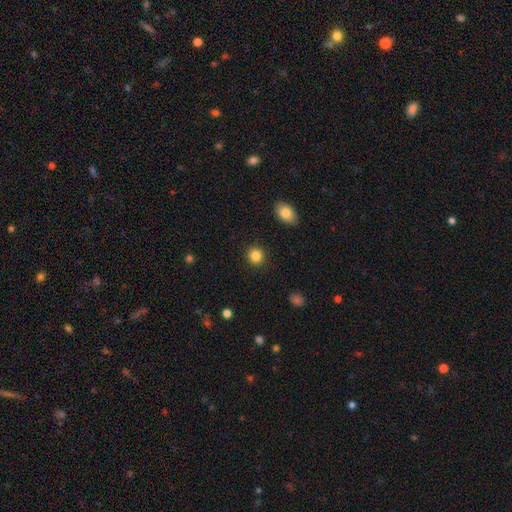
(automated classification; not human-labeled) Overall: smooth (86%). How rounded: round (85%). Merging: none (91%).